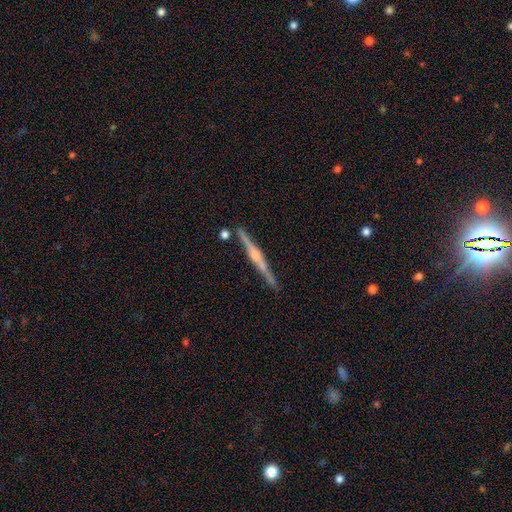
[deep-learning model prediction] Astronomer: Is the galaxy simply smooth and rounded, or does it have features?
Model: featured or disk — 80%.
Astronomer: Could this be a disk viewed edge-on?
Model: yes — 98%.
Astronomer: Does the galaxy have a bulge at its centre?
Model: rounded — 76%.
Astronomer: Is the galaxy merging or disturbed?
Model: none — 87%.